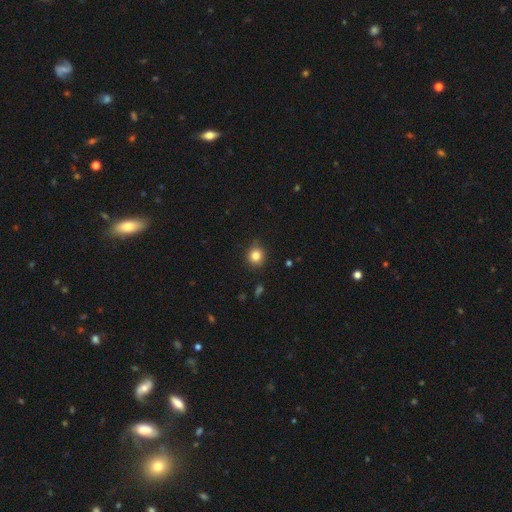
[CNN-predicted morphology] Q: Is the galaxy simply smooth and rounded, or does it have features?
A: smooth — 84%.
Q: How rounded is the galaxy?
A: round — 84%.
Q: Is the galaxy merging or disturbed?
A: none — 87%.